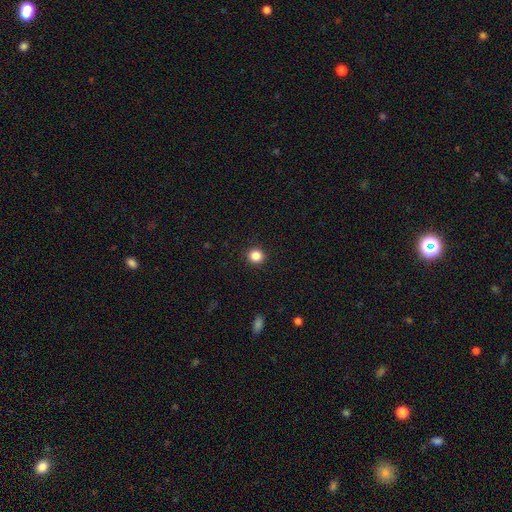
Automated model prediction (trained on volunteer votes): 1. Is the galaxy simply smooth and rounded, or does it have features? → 86% smooth, 11% star or artifact, 3% featured or disk.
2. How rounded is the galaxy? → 91% round, 8% in between, 1% cigar-shaped.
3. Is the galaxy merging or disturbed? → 93% none, 5% minor disturbance, 2% major disturbance, 1% merger.